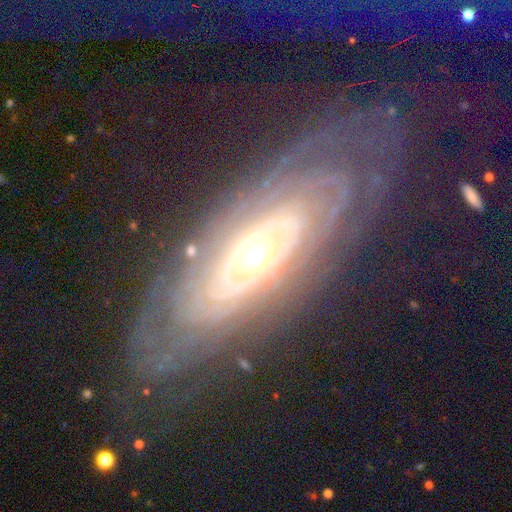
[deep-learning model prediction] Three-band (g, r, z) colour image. It shows a featured or disk galaxy (82%) with no bar (72%), tight (77%) spiral arms (85%) and a moderate central bulge (57%). Merging: none (76%).